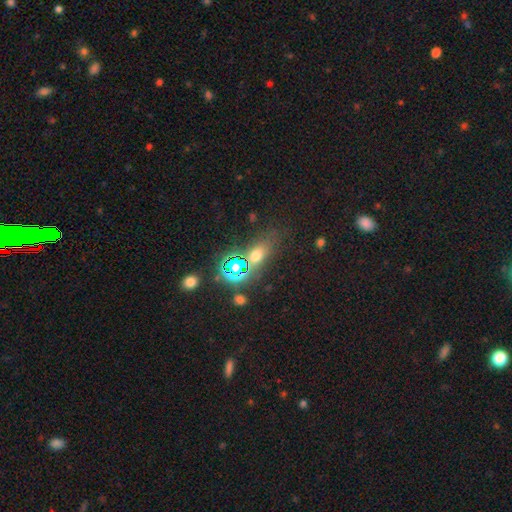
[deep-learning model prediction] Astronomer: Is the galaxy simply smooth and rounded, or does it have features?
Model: smooth — 55% (runner-up: star or artifact, 34%).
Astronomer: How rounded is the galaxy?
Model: in between — 60%.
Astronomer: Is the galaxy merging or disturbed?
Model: none — 69%.